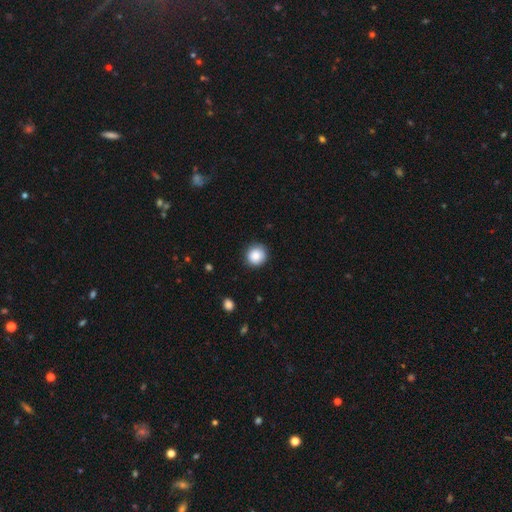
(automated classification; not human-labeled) A smooth galaxy with no disk features (86%) that is round (92%).

Vote fractions:
- Smooth or featured? smooth: 86% / star or artifact: 9% / featured or disk: 5%
- How rounded? round: 92% / in between: 7% / cigar-shaped: 1%
- Merging? none: 87% / minor disturbance: 10% / major disturbance: 2% / merger: 1%